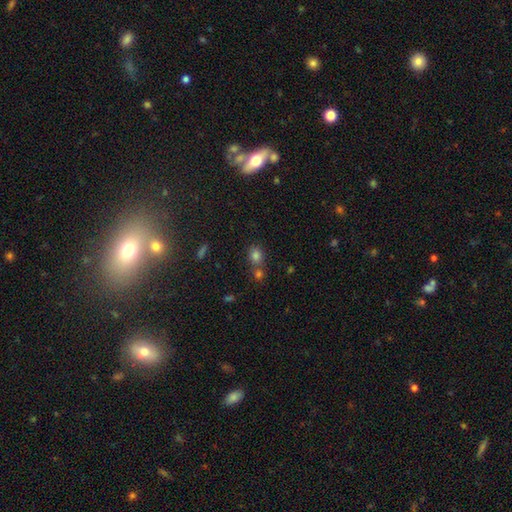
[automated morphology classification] smooth_or_featured: smooth (p=0.76) [alt: star or artifact p=0.16]
how_rounded: round (p=0.54) [alt: in between p=0.44]
merging: none (p=0.52) [alt: merger p=0.34]